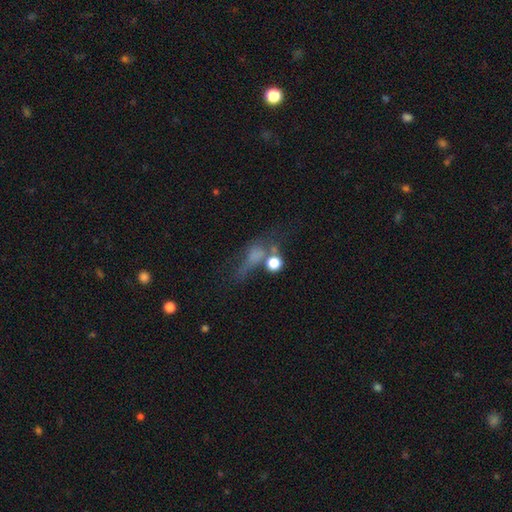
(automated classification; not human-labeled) Smooth or featured? Predicted: smooth (p=0.41). Merging? Predicted: none (p=0.36).